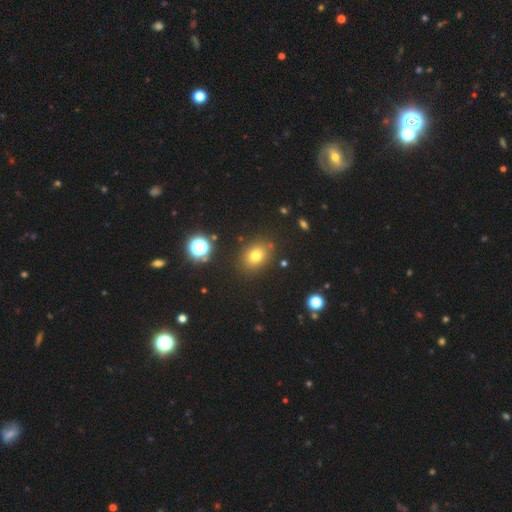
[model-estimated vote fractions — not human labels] Smooth or featured? Predicted: smooth (p=0.74). How rounded? Predicted: in between (p=0.54). Merging? Predicted: none (p=0.84).